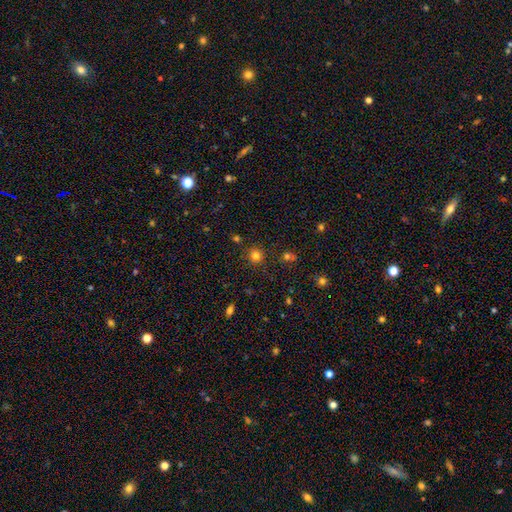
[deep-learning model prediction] Overall: smooth (77%). How rounded: round (92%). Merging: none (85%).